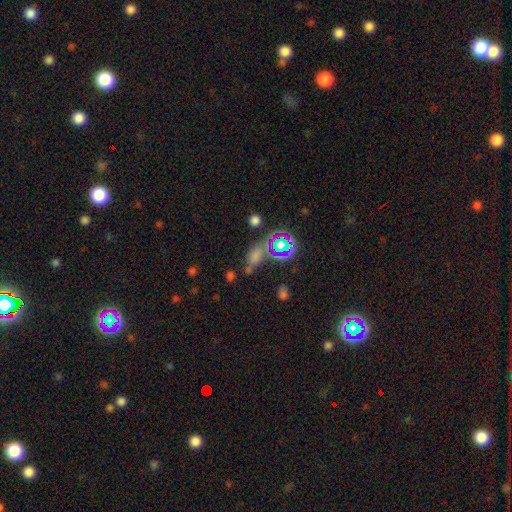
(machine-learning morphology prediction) smooth_or_featured: smooth (p=0.54) [alt: star or artifact p=0.35]
how_rounded: in between (p=0.61) [alt: round p=0.30]
merging: none (p=0.48) [alt: merger p=0.22]